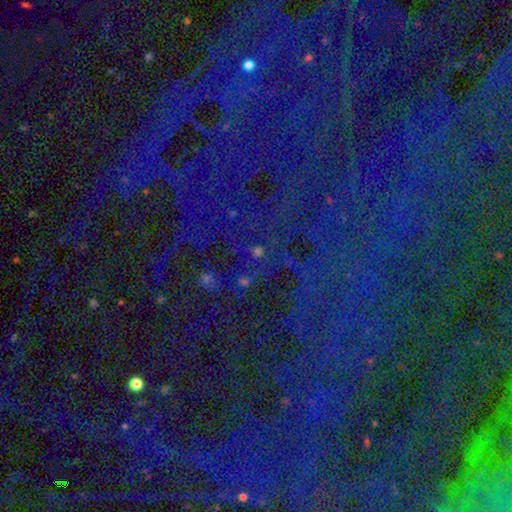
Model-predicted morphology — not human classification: This is clearly a star or artifact rather than a galaxy (84%).